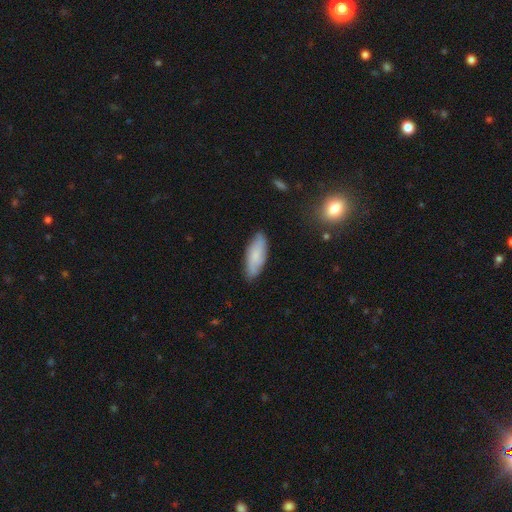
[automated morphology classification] This is likely a smooth galaxy (68%). How rounded: likely in between (70%). Merging: clearly none (81%).